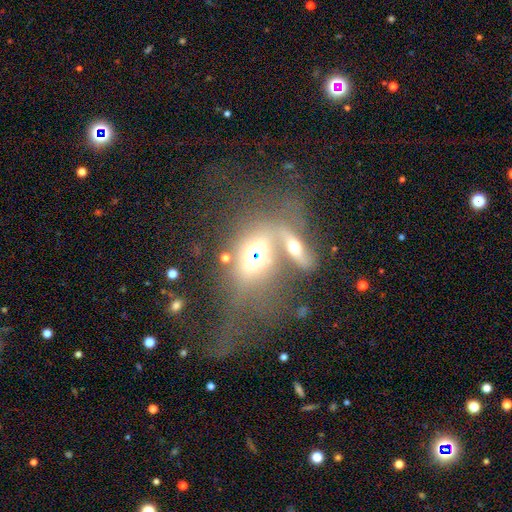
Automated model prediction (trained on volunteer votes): Overall: smooth (46%; featured or disk 40%). Merging: merger (62%).